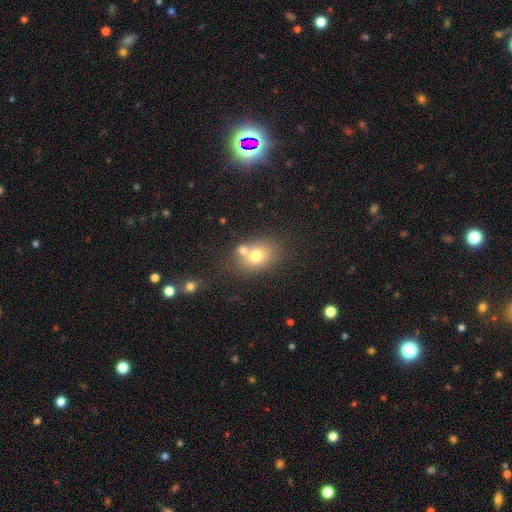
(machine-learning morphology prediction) The model was most divided on "how rounded": in between: 55%, round: 44%, cigar-shaped: 1%. Remaining: smooth or featured — smooth (70%); merging — none (49%).